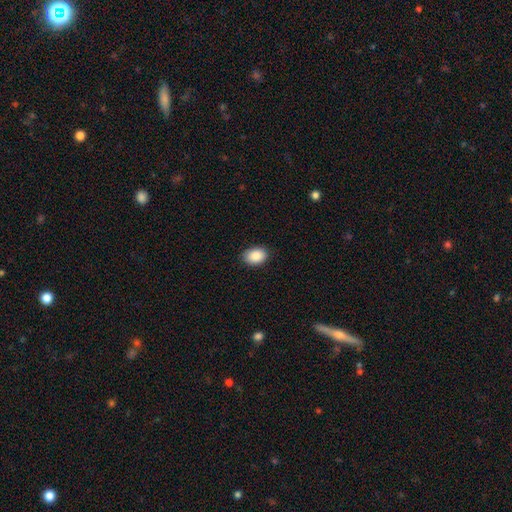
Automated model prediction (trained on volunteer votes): This appears to be a smooth galaxy with no disk features (88%) that is in between round and cigar-shaped (81%). Merging: none (86%).